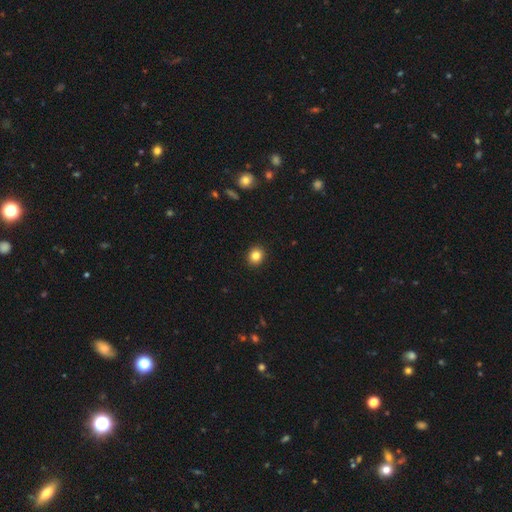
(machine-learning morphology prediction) This is clearly a smooth galaxy (84%). How rounded: likely round (77%). Merging: clearly none (92%).